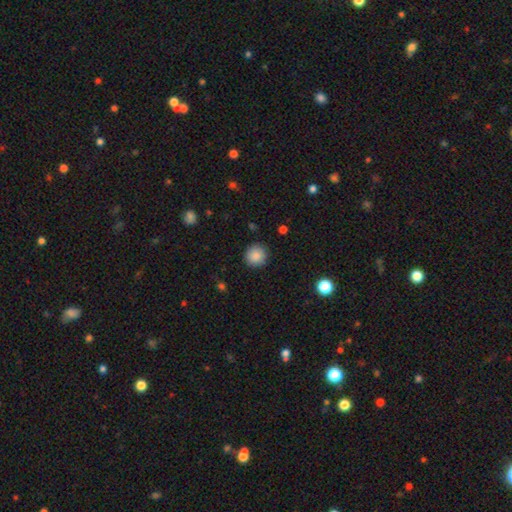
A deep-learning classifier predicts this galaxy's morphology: A smooth galaxy with no disk features (87%) that is round (94%).

Vote fractions:
- Smooth or featured? smooth: 87% / star or artifact: 9% / featured or disk: 4%
- How rounded? round: 94% / in between: 5% / cigar-shaped: 1%
- Merging? none: 90% / minor disturbance: 7% / major disturbance: 2% / merger: 1%